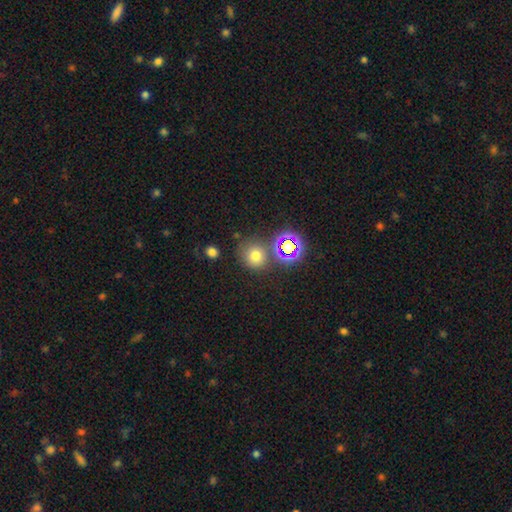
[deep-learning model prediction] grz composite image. It shows a smooth galaxy with no disk features (67%) that is round (84%). Merging: none (73%).